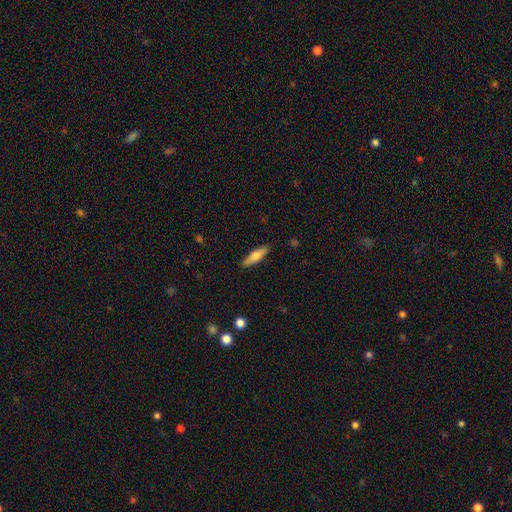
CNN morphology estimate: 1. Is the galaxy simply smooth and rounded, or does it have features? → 62% smooth, 32% featured or disk, 6% star or artifact.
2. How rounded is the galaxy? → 68% cigar-shaped, 30% in between, 2% round.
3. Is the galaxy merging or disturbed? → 89% none, 8% minor disturbance, 2% major disturbance, 1% merger.